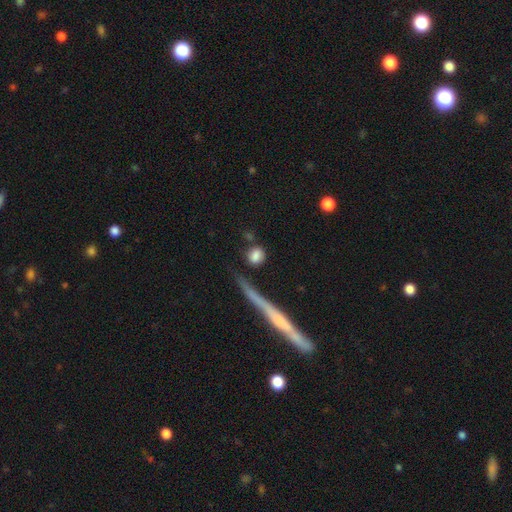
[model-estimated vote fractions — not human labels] This is clearly a smooth galaxy (83%). How rounded: likely round (65%). Merging: likely none (72%).